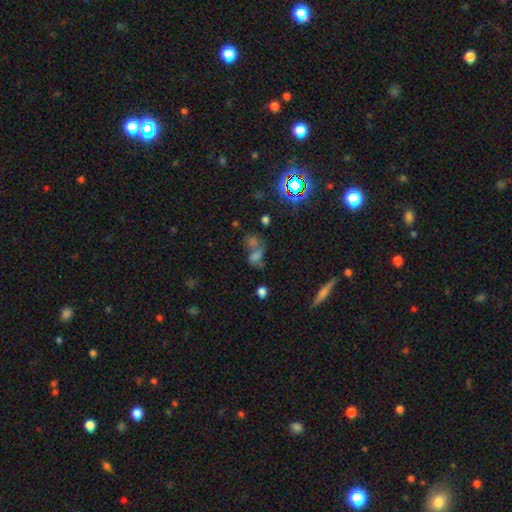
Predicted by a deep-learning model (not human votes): A smooth galaxy with no disk features (46%).

Vote fractions:
- Smooth or featured? smooth: 46% / star or artifact: 28% / featured or disk: 26%
- Merging? merger: 47% / none: 27% / major disturbance: 13% / minor disturbance: 12%